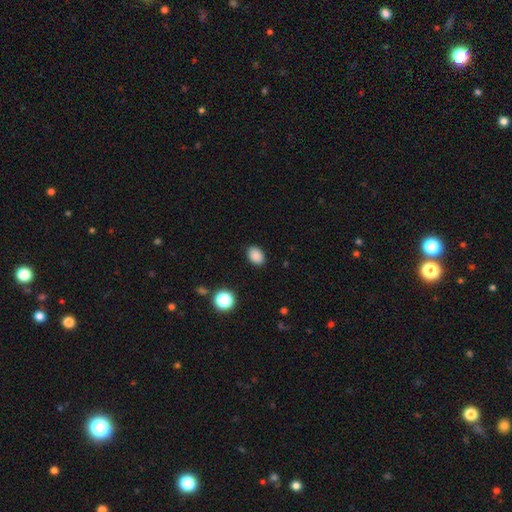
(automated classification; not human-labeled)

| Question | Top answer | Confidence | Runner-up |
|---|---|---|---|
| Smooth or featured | smooth | 87% | star or artifact (10%) |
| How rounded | in between | 72% | round (27%) |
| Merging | none | 88% | minor disturbance (9%) |